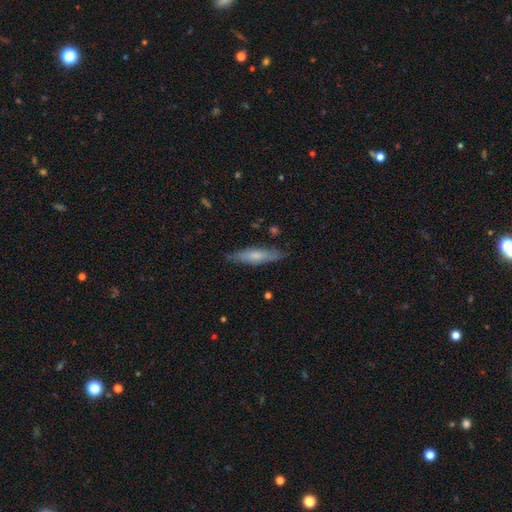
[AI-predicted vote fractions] A smooth galaxy with no disk features (57%) that is cigar-shaped (79%). Merging: none (83%).